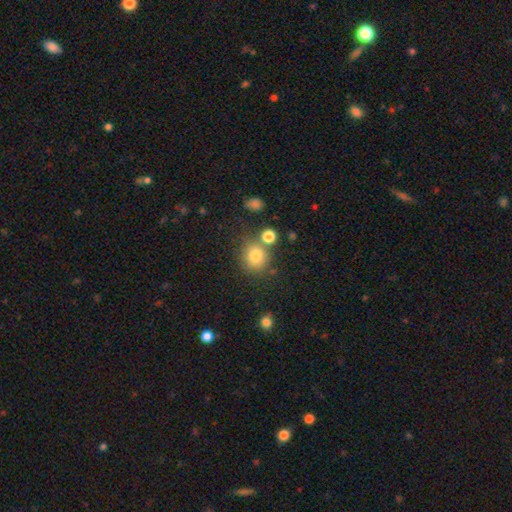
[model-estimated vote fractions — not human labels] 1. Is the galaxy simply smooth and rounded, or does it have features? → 79% smooth, 12% star or artifact, 9% featured or disk.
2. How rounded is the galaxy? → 85% round, 14% in between, 1% cigar-shaped.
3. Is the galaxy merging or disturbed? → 67% none, 16% merger, 12% minor disturbance, 5% major disturbance.